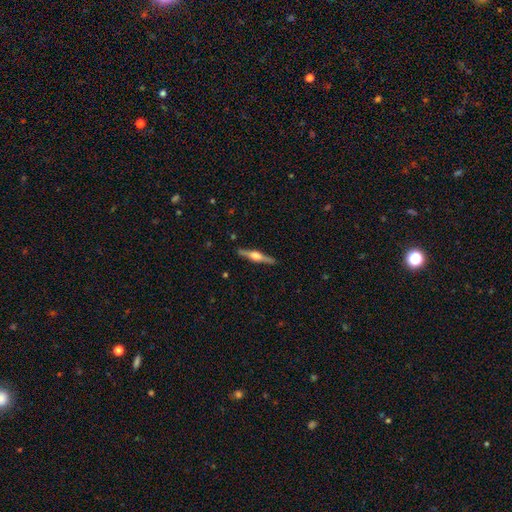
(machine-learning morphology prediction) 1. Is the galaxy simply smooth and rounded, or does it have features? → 74% featured or disk, 21% smooth, 5% star or artifact.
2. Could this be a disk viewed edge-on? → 98% yes, 2% no.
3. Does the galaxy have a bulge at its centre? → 90% rounded, 8% boxy, 2% none.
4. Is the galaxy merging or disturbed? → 90% none, 7% minor disturbance, 2% major disturbance, 1% merger.